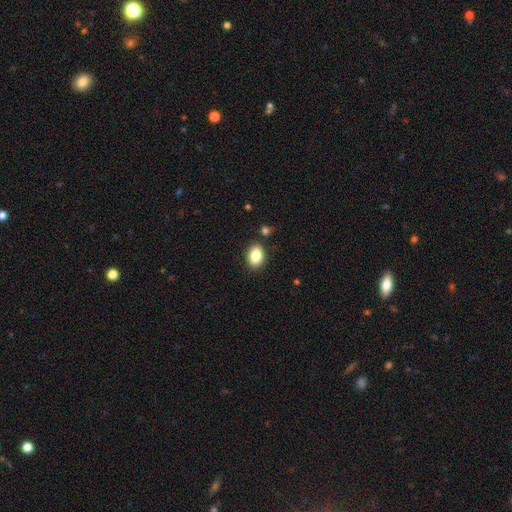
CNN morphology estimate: Smooth or featured? Predicted: smooth (p=0.85). How rounded? Predicted: in between (p=0.81). Merging? Predicted: none (p=0.87).